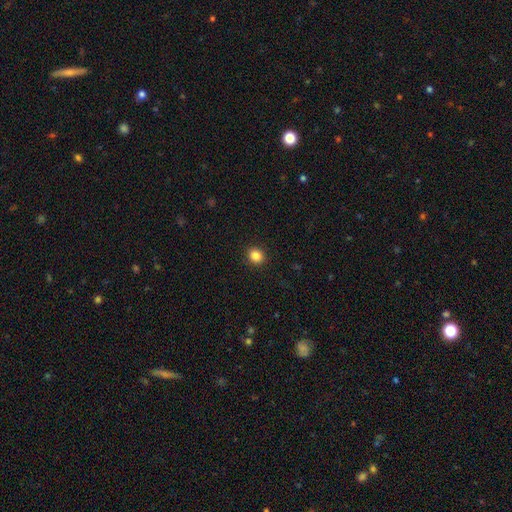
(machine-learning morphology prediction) Overall: smooth (86%). How rounded: round (76%). Merging: none (91%).